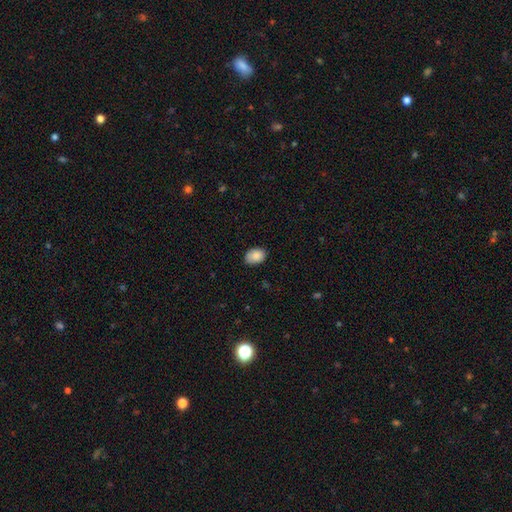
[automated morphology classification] Smooth or featured: smooth — 87% (star or artifact — 7%)
How rounded: in between — 80% (round — 19%)
Merging: none — 83% (minor disturbance — 14%)